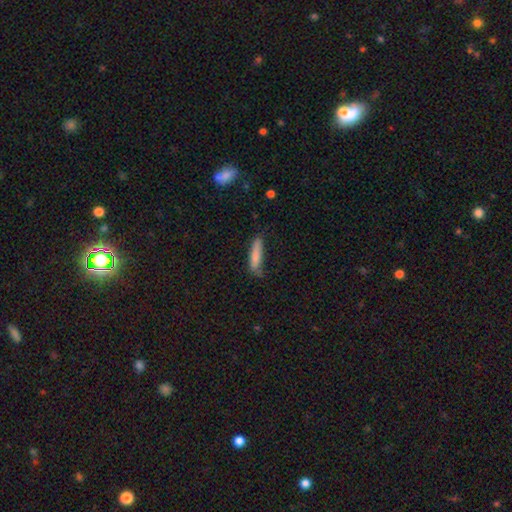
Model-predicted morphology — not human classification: type=smooth (81%); roundness=cigar-shaped (80%); merging=none (68%).